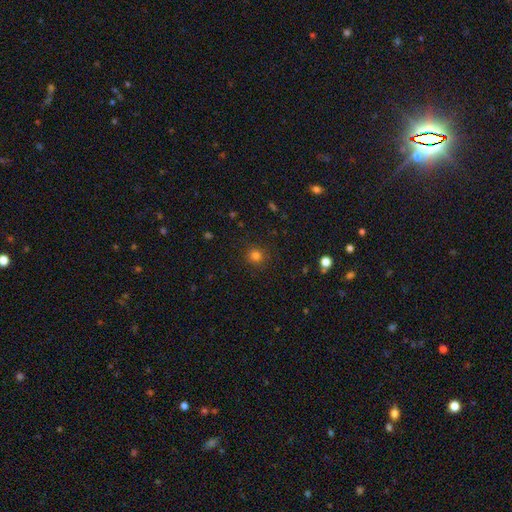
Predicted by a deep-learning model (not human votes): This is likely a smooth galaxy (80%). How rounded: clearly round (91%). Merging: clearly none (89%).